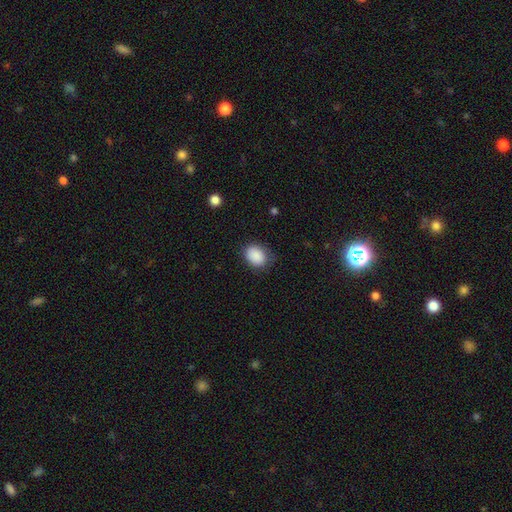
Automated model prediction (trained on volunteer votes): Overall: smooth (89%). How rounded: in between (61%; round 38%). Merging: none (74%).